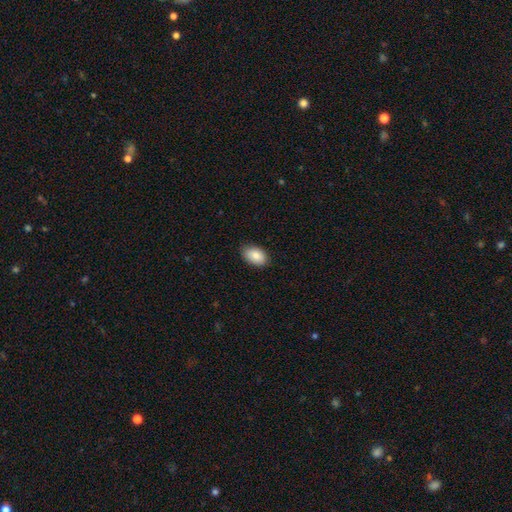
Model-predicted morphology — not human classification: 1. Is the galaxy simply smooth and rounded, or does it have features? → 87% smooth, 7% star or artifact, 6% featured or disk.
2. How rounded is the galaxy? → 91% in between, 7% round, 1% cigar-shaped.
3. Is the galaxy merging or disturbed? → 84% none, 13% minor disturbance, 2% major disturbance, 1% merger.